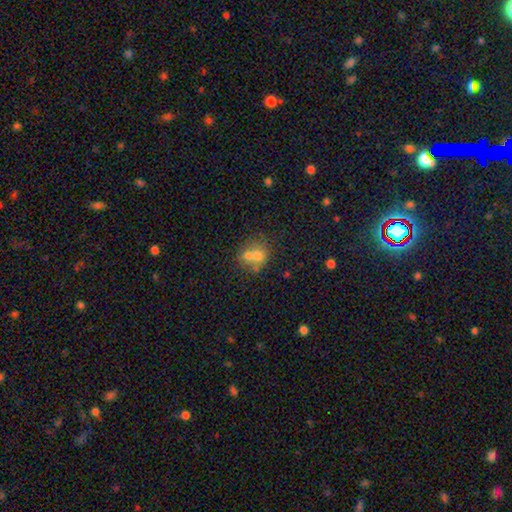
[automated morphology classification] Smooth or featured? Predicted: smooth (p=0.63). How rounded? Predicted: round (p=0.74). Merging? Predicted: merger (p=0.53).